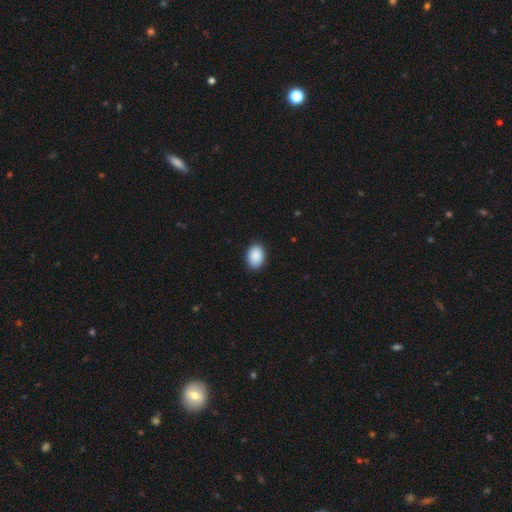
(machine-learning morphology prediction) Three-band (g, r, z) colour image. It shows a smooth galaxy with no disk features (90%) that is in between round and cigar-shaped (79%). Merging: none (88%).